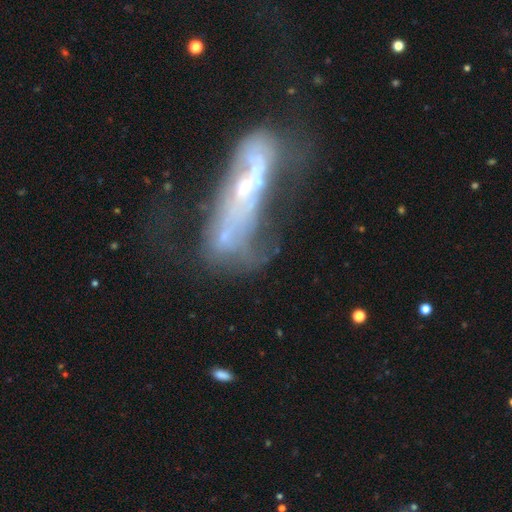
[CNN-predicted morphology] type=featured or disk (62%); edge-on=no (80%); merging=major disturbance (35%).